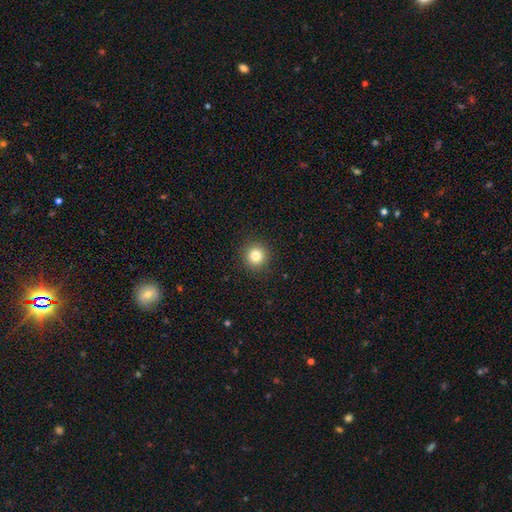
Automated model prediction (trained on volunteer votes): smooth_or_featured: smooth (p=0.81) [alt: star or artifact p=0.12]
how_rounded: round (p=0.94) [alt: in between p=0.05]
merging: none (p=0.92) [alt: minor disturbance p=0.05]